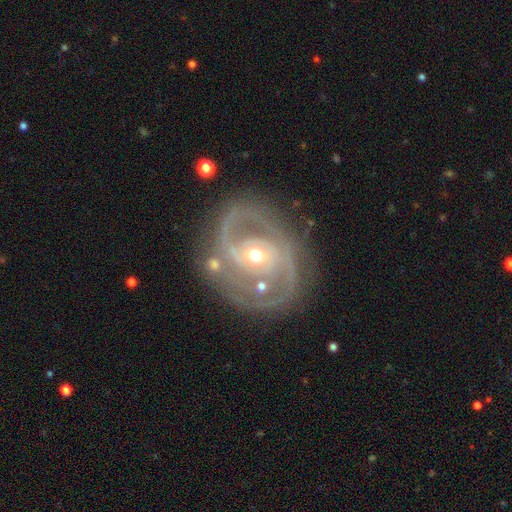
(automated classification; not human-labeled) This appears to be a featured or disk galaxy (90%) with no bar (54%), 2 (68%) tight (54%) spiral arms (95%) and a moderate central bulge (56%). Merging: none (73%).